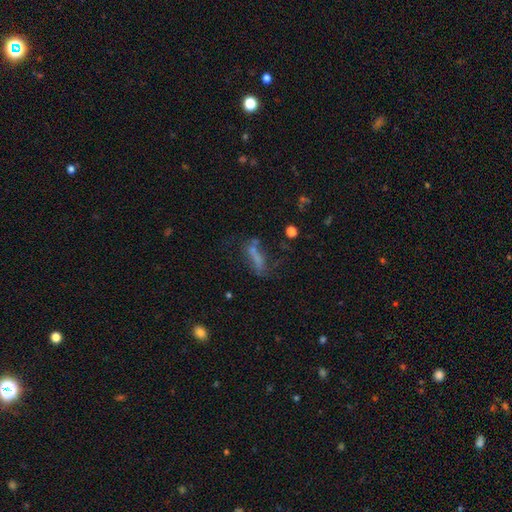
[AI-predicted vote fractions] A smooth galaxy with no disk features (52%) that is cigar-shaped (59%).

Vote fractions:
- Smooth or featured? smooth: 52% / featured or disk: 30% / star or artifact: 18%
- How rounded? cigar-shaped: 59% / in between: 37% / round: 4%
- Merging? none: 41% / major disturbance: 25% / minor disturbance: 22% / merger: 12%